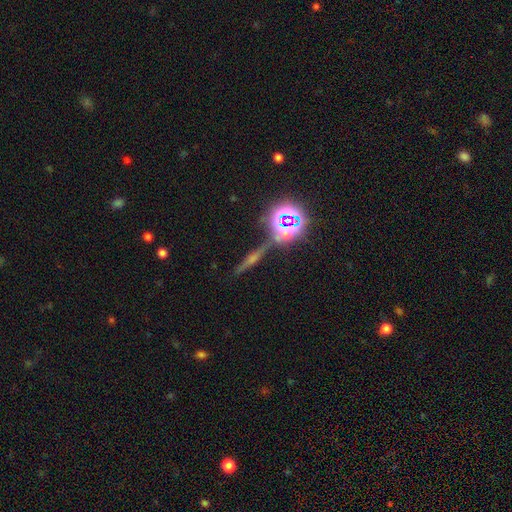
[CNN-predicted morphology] smooth-or-featured: star or artifact: 46% | featured or disk: 37% | smooth: 18%